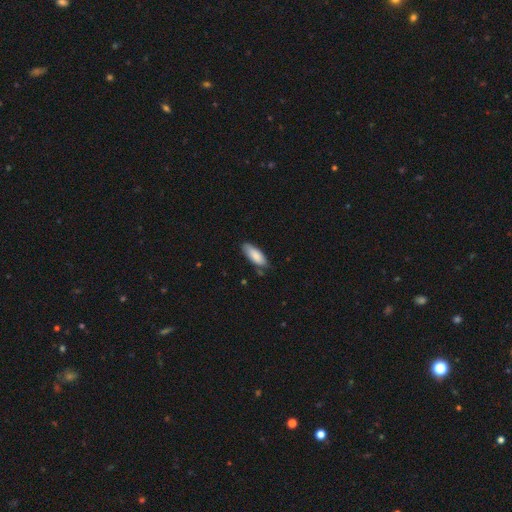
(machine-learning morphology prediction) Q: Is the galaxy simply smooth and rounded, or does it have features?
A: smooth — 85%.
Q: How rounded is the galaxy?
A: in between — 75%.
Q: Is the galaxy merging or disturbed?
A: none — 72%.